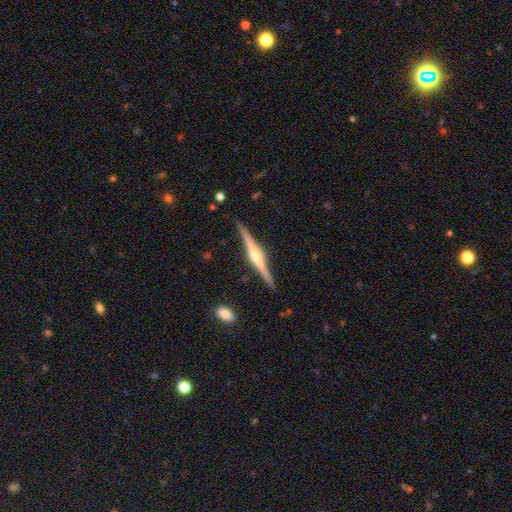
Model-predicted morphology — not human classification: This is clearly a featured or disk galaxy (84%). It is clearly viewed edge-on (99%). Edge-on bulge: clearly rounded (83%). Merging: clearly none (90%).